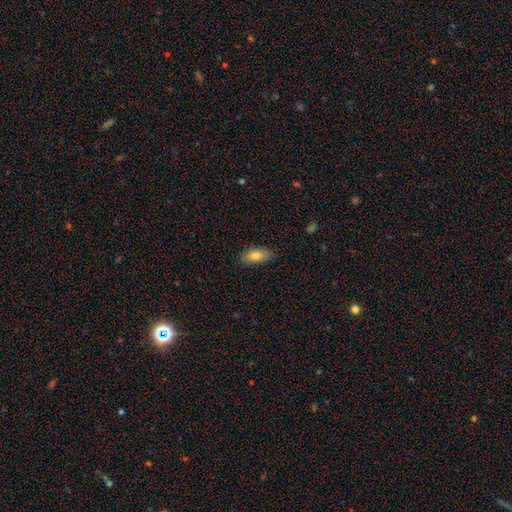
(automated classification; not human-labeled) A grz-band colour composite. It shows a smooth galaxy with no disk features (80%) that is in between round and cigar-shaped (85%). Merging: none (83%).